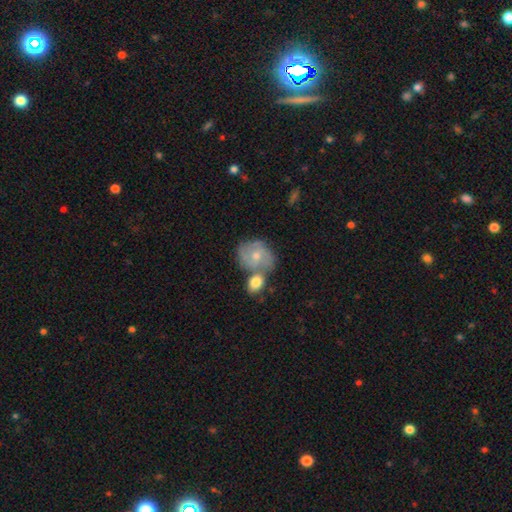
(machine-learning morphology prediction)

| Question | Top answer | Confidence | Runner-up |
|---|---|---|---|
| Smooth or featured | featured or disk | 52% | smooth (41%) |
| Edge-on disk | no | 97% | yes (3%) |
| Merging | merger | 40% | none (38%) |